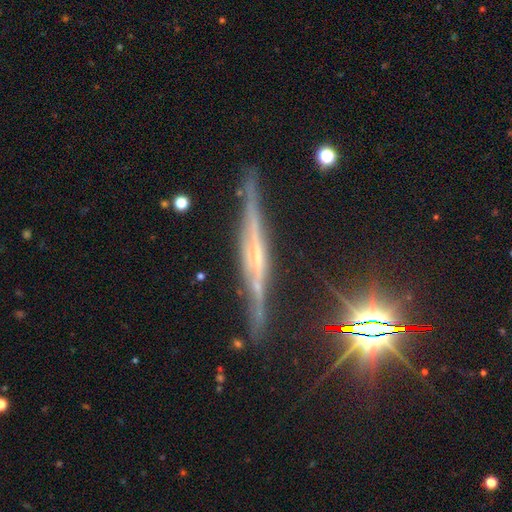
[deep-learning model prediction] The model was most divided on "edge-on bulge": none: 37%, rounded: 33%, boxy: 31%. More confident: edge-on disk — yes (97%); merging — none (83%); smooth or featured — featured or disk (76%).